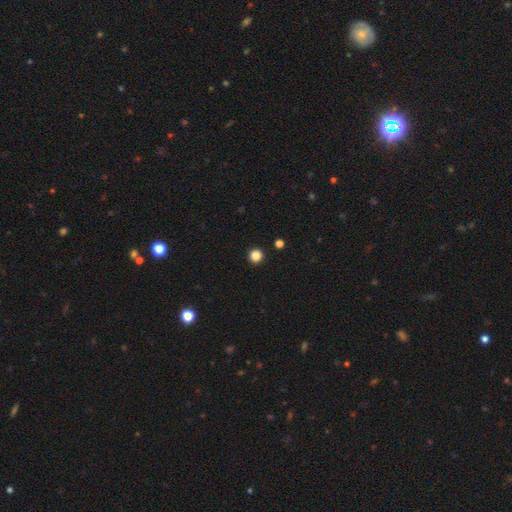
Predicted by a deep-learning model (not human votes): Overall: smooth (85%). How rounded: round (96%). Merging: none (94%).